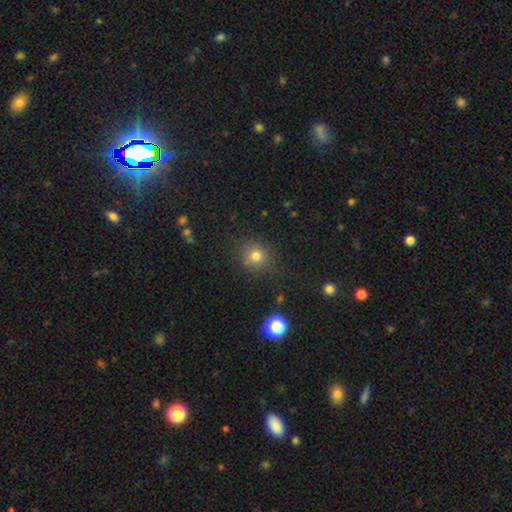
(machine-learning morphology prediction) Smooth or featured?
  - smooth: 75% *
  - star or artifact: 18%
  - featured or disk: 7%
How rounded?
  - round: 87% *
  - in between: 12%
  - cigar-shaped: 1%
Merging?
  - none: 85% *
  - minor disturbance: 9%
  - major disturbance: 3%
  - merger: 2%